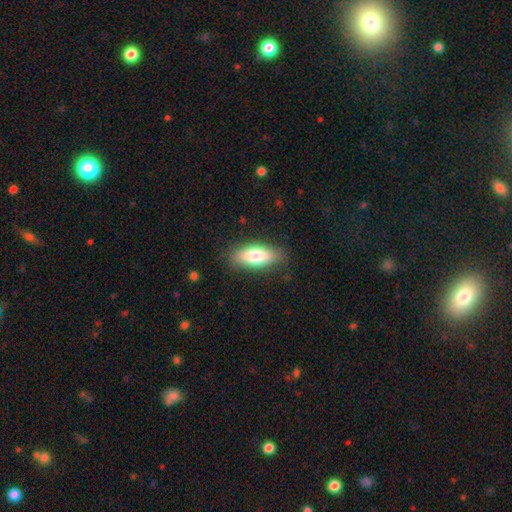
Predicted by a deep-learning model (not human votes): This appears to be a smooth galaxy with no disk features (77%) that is in between round and cigar-shaped (77%). Merging: none (84%).